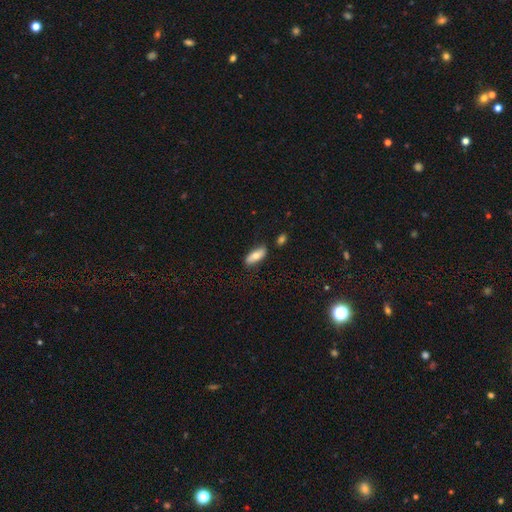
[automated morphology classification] smooth-or-featured: smooth: 72% | featured or disk: 21% | star or artifact: 6%
  how-rounded: in between: 75% | cigar-shaped: 23% | round: 3%
  merging: none: 80% | minor disturbance: 14% | major disturbance: 3% | merger: 3%